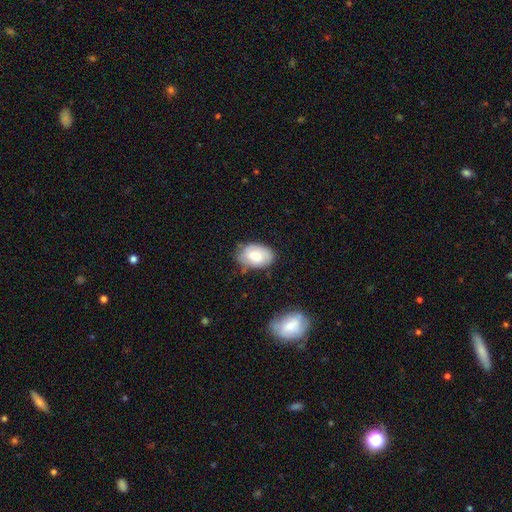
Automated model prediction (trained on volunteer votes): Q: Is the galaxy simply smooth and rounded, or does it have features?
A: smooth — 66%.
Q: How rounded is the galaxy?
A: in between — 86%.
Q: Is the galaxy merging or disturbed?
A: none — 67%.